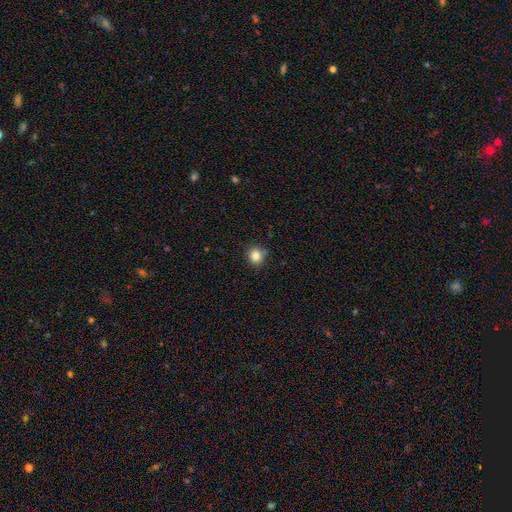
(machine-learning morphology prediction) Smooth or featured?
  - smooth: 83% *
  - star or artifact: 11%
  - featured or disk: 5%
How rounded?
  - round: 91% *
  - in between: 8%
  - cigar-shaped: 1%
Merging?
  - none: 85% *
  - minor disturbance: 9%
  - merger: 3%
  - major disturbance: 2%